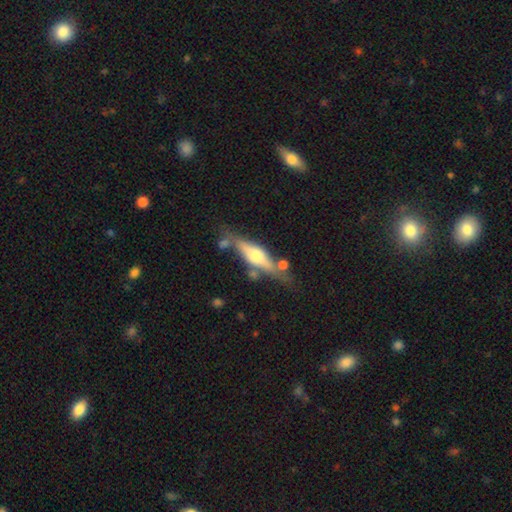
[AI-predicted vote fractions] Smooth or featured? featured or disk (60%)
Edge-on disk? yes (90%)
Edge-on bulge? rounded (87%)
Merging? none (64%)